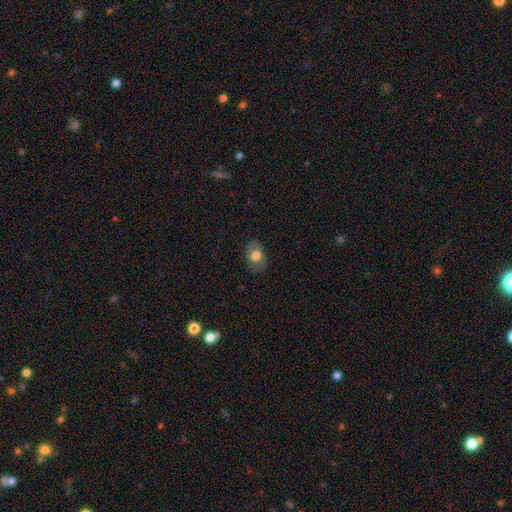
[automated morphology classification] Smooth or featured? smooth (70%)
How rounded? in between (74%)
Merging? none (82%)